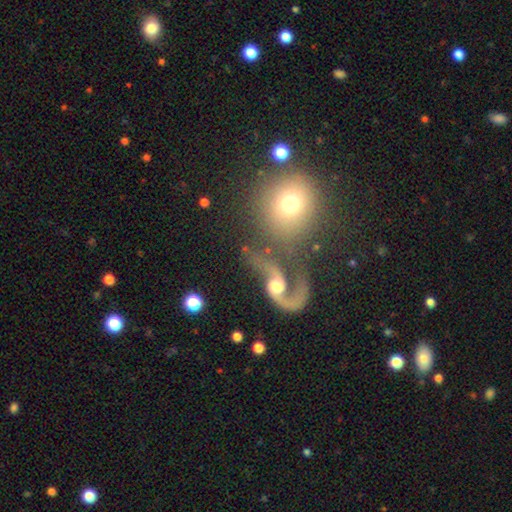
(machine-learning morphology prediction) This appears to be a featured or disk galaxy (62%) with no bar (53%), spiral arms (81%) and a moderate central bulge (55%). Merging: none (41%).